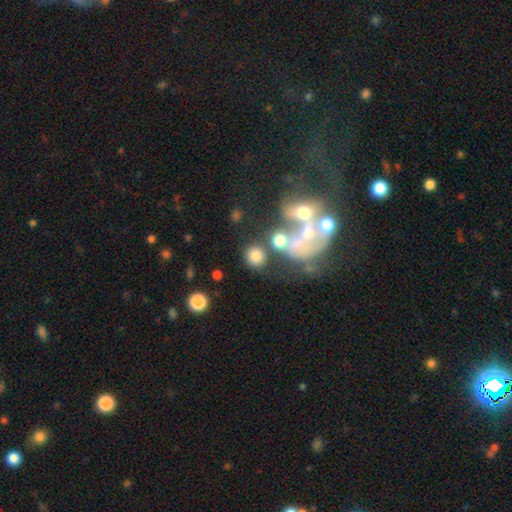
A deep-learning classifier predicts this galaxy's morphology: The model was most divided on "merging": none: 60%, merger: 20%, minor disturbance: 10%, major disturbance: 10%. More confident: how rounded — round (83%); smooth or featured — smooth (73%).